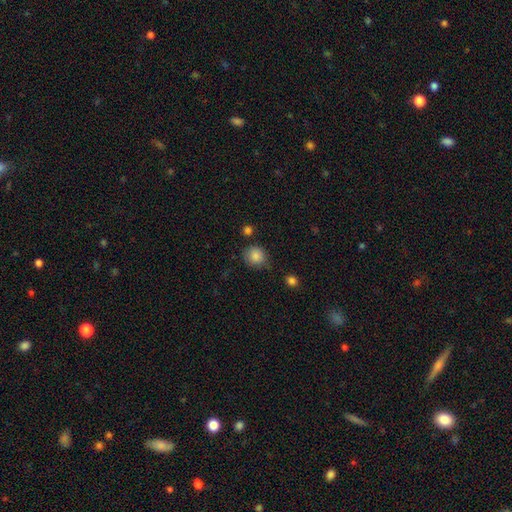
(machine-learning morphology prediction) Overall: smooth (86%). How rounded: round (83%). Merging: none (69%).